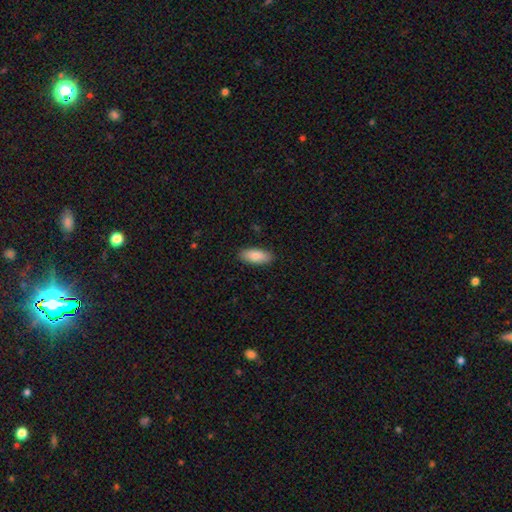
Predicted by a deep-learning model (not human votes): Q: Smooth or featured?
A: smooth (85%); runner-up: featured or disk (9%)
Q: How rounded?
A: in between (81%); runner-up: cigar-shaped (17%)
Q: Merging?
A: none (89%); runner-up: minor disturbance (8%)